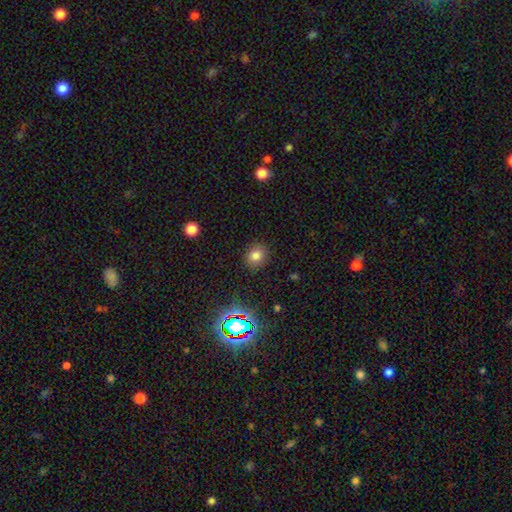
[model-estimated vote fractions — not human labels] A smooth galaxy with no disk features (77%) that is round (73%). Merging: none (87%).